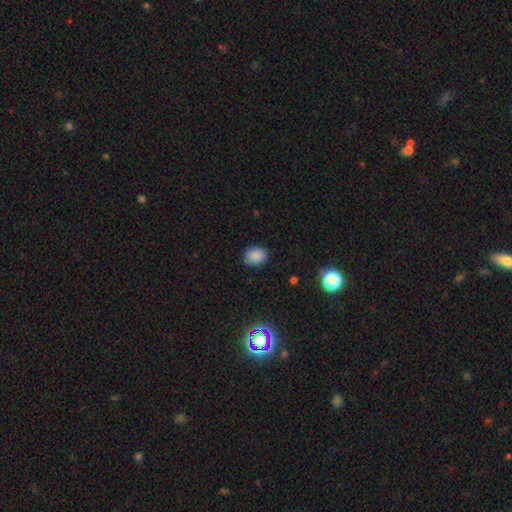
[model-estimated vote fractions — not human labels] Morphology: type=smooth (85%); roundness=round (52%); merging=none (85%).